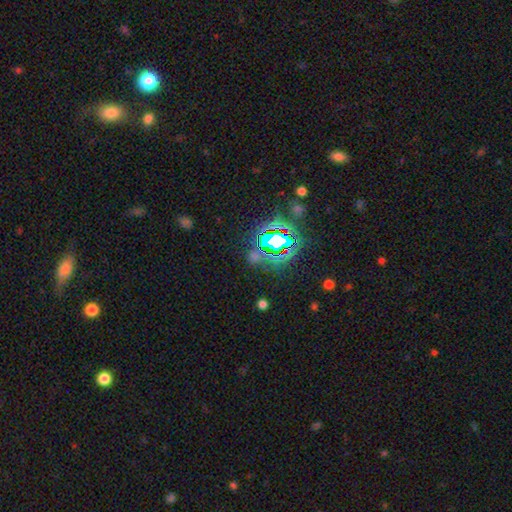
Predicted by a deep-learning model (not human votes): The model was most divided on "smooth or featured": star or artifact: 71%, smooth: 21%, featured or disk: 9%.